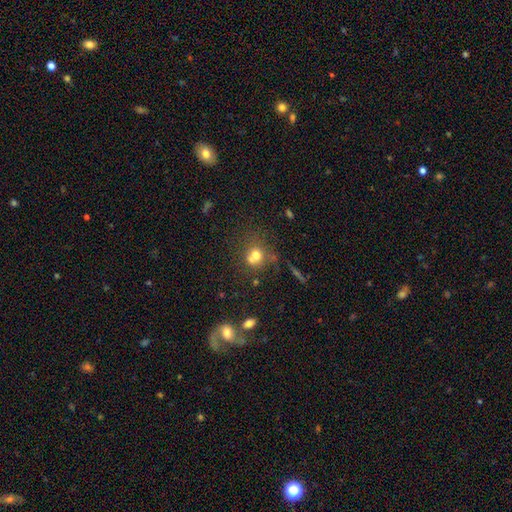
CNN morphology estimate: smooth-or-featured: smooth: 67% | star or artifact: 17% | featured or disk: 16%
  how-rounded: round: 79% | in between: 20% | cigar-shaped: 1%
  merging: none: 42% | merger: 39% | minor disturbance: 11% | major disturbance: 8%